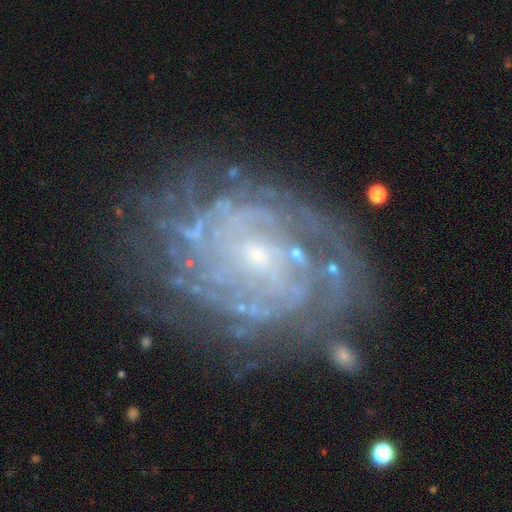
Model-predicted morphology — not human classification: smooth-or-featured: featured or disk: 88% | star or artifact: 6% | smooth: 5%
  disk-edge-on: no: 97% | yes: 3%
    bar: no: 60% | weak: 31% | strong: 9%
    has-spiral-arms: yes: 95% | no: 5%
      spiral-winding: tight: 73% | medium: 22% | loose: 5%
      spiral-arm-count: can't tell: 37% | 4: 16% | more than 4: 14% | 2: 13% | 3: 13% | 1: 8%
    bulge-size: small: 78% | moderate: 15% | none: 4% | large: 1% | dominant: 1%
  merging: none: 72% | minor disturbance: 17% | major disturbance: 9% | merger: 2%